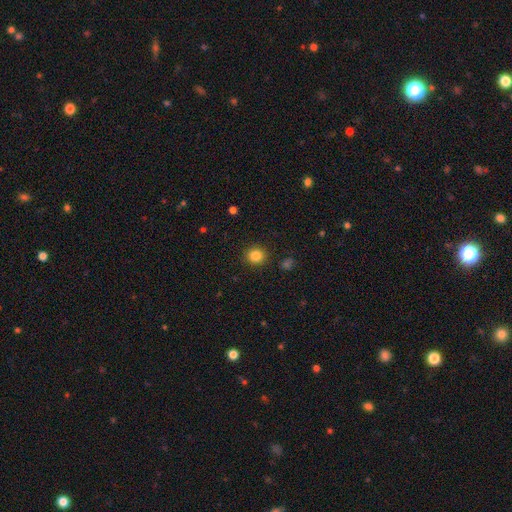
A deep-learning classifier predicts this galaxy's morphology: Smooth or featured?
  - smooth: 84% *
  - star or artifact: 12%
  - featured or disk: 5%
How rounded?
  - round: 87% *
  - in between: 12%
  - cigar-shaped: 1%
Merging?
  - none: 90% *
  - minor disturbance: 6%
  - major disturbance: 2%
  - merger: 1%